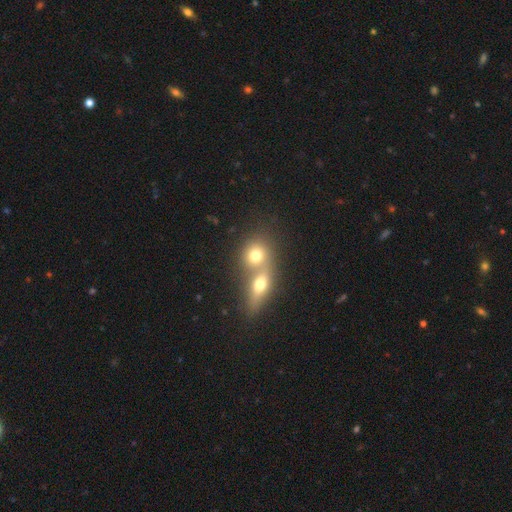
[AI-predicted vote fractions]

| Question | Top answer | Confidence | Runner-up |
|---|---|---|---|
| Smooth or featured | smooth | 71% | featured or disk (18%) |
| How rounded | round | 67% | in between (30%) |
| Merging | merger | 63% | none (29%) |